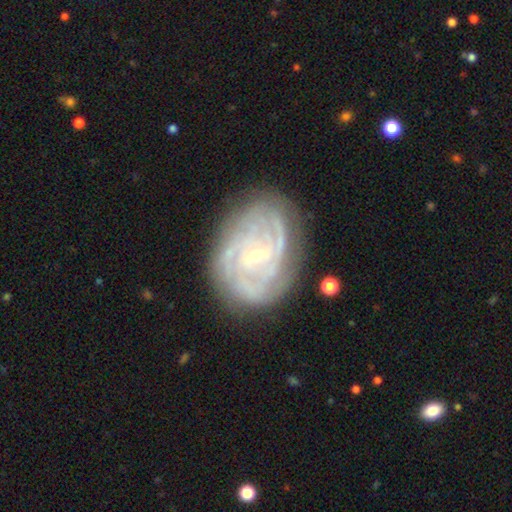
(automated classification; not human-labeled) Morphology: type=featured or disk (86%); edge-on=no (97%); bar=weak (47%); spiral arms=yes (95%); winding=tight (69%); arm count=can't tell (33%); bulge=small (71%); merging=none (75%).